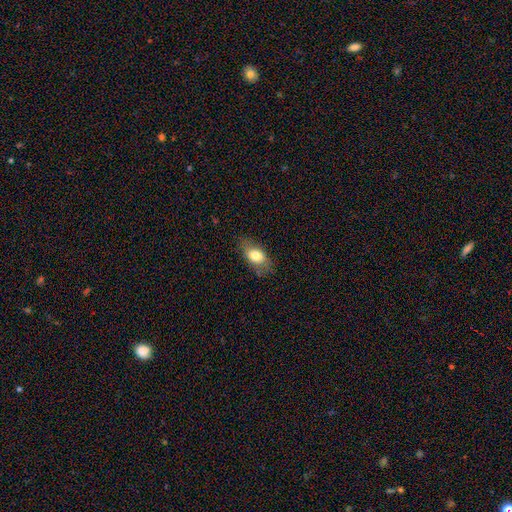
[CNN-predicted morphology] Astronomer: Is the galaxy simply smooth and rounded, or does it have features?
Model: smooth — 76%.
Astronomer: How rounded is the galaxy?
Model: in between — 87%.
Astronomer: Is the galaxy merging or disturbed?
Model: none — 73%.